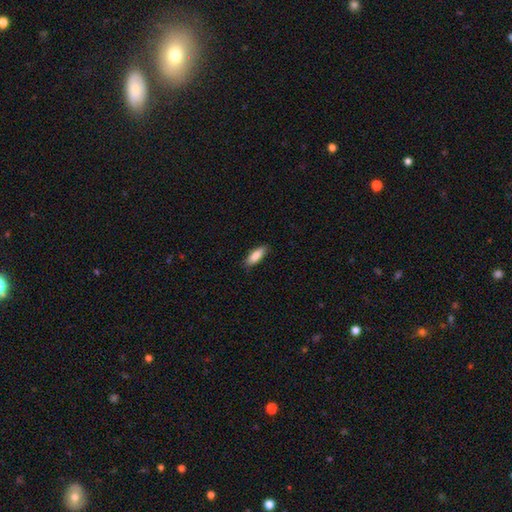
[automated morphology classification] Smooth or featured? Predicted: smooth (p=0.86). How rounded? Predicted: in between (p=0.61). Merging? Predicted: none (p=0.84).